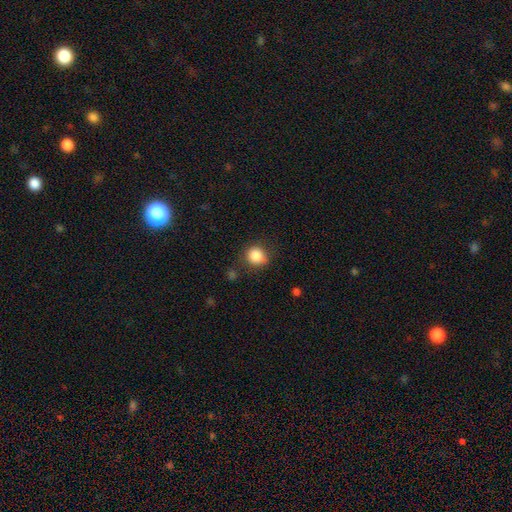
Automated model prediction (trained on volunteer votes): Q: Smooth or featured?
A: smooth (86%); runner-up: star or artifact (10%)
Q: How rounded?
A: round (77%); runner-up: in between (22%)
Q: Merging?
A: none (78%); runner-up: minor disturbance (15%)